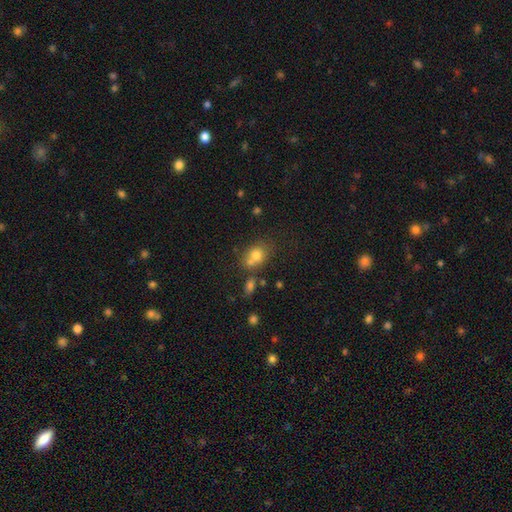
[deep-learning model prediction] Q: Smooth or featured?
A: smooth (74%); runner-up: featured or disk (13%)
Q: How rounded?
A: round (56%); runner-up: in between (42%)
Q: Merging?
A: none (45%); runner-up: merger (36%)